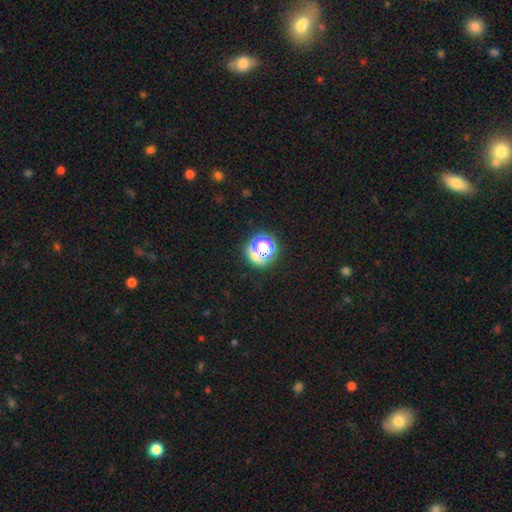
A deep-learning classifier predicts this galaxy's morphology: Q: Smooth or featured?
A: star or artifact (44%); runner-up: smooth (42%)